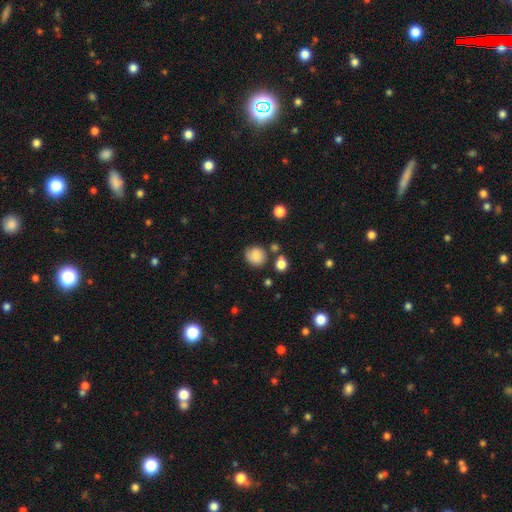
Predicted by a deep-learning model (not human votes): Smooth or featured? smooth (83%)
How rounded? round (83%)
Merging? none (74%)